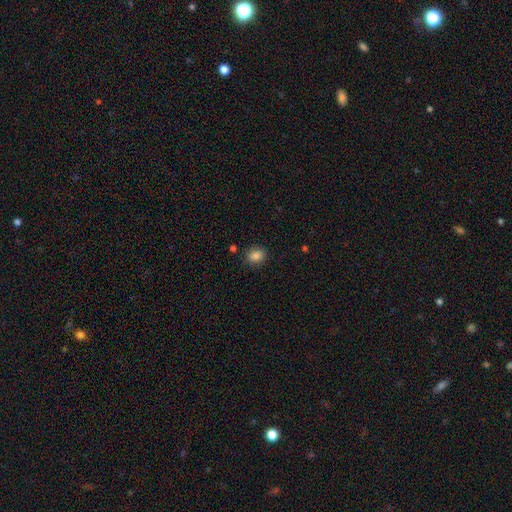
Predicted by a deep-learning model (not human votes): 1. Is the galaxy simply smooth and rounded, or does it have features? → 85% smooth, 10% star or artifact, 5% featured or disk.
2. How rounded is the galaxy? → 52% in between, 47% round, 1% cigar-shaped.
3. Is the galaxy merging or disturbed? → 86% none, 10% minor disturbance, 3% major disturbance, 2% merger.